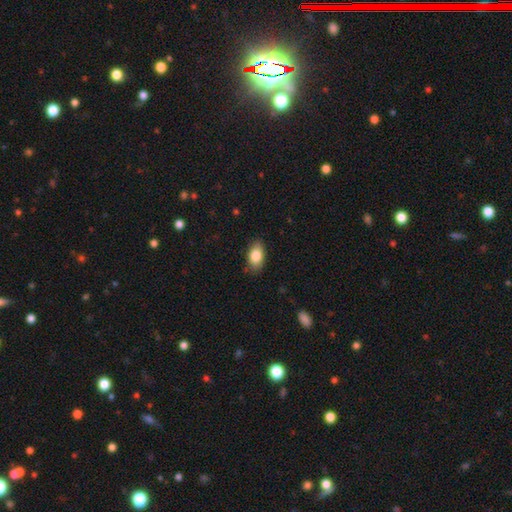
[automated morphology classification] smooth_or_featured: smooth (p=0.84) [alt: featured or disk p=0.09]
how_rounded: in between (p=0.90) [alt: round p=0.07]
merging: none (p=0.82) [alt: minor disturbance p=0.14]